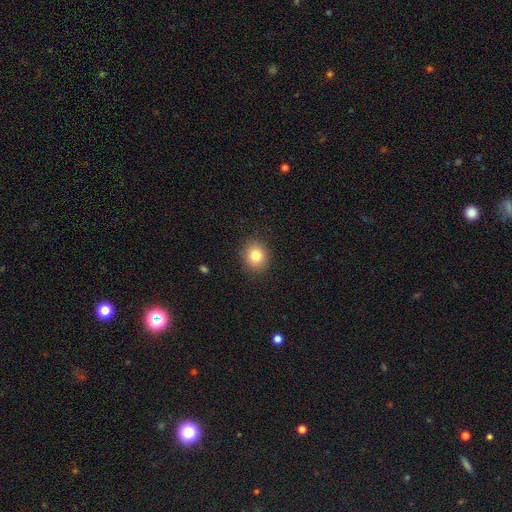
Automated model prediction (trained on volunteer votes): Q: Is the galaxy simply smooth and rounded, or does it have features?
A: smooth — 81%.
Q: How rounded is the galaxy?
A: round — 76%.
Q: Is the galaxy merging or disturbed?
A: none — 90%.